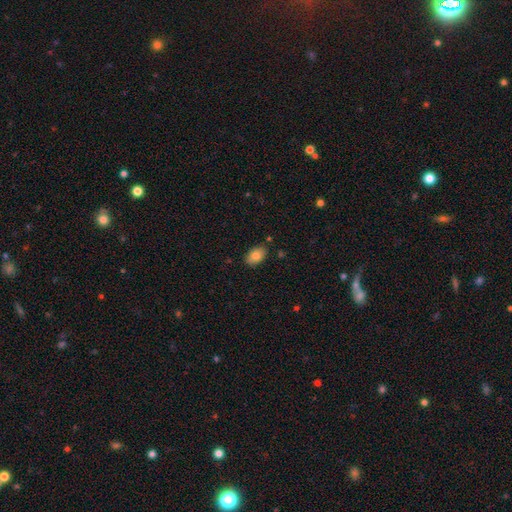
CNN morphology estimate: smooth_or_featured: smooth (p=0.84) [alt: featured or disk p=0.09]
how_rounded: in between (p=0.89) [alt: round p=0.10]
merging: none (p=0.82) [alt: minor disturbance p=0.13]